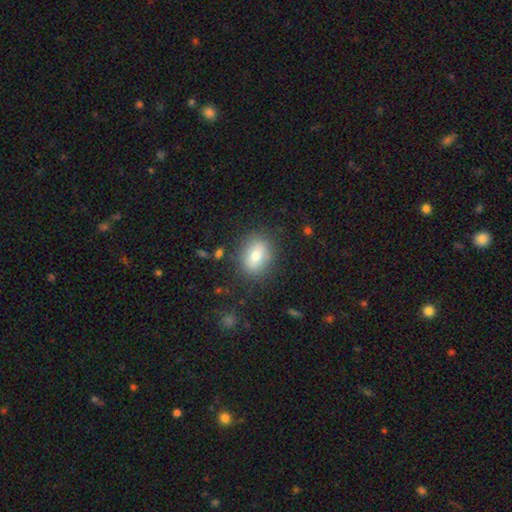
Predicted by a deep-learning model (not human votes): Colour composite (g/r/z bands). It shows a smooth galaxy with no disk features (75%) that is in between round and cigar-shaped (64%). Merging: none (83%).